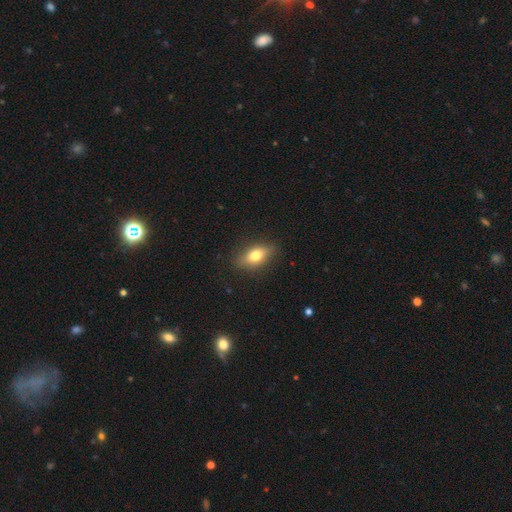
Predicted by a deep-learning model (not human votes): smooth_or_featured: smooth (p=0.69) [alt: featured or disk p=0.23]
how_rounded: in between (p=0.79) [alt: cigar-shaped p=0.13]
merging: none (p=0.84) [alt: minor disturbance p=0.12]